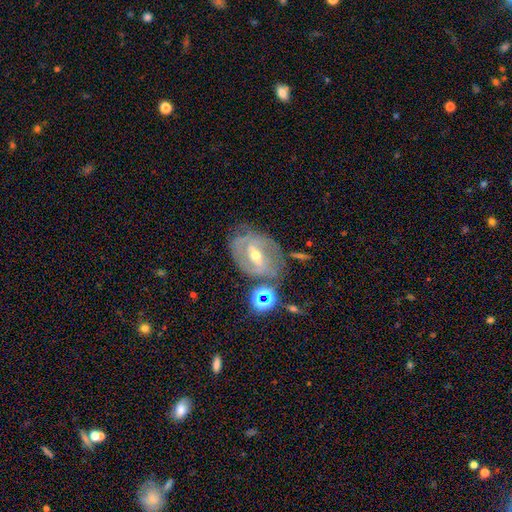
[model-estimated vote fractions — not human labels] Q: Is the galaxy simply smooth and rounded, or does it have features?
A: featured or disk — 77%.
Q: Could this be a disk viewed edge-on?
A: no — 94%.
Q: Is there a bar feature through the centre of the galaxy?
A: strong — 48%.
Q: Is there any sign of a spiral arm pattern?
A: yes — 78%.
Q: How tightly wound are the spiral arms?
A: tight — 48%.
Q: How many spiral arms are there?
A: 2 — 53%.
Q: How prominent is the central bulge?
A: moderate — 55%.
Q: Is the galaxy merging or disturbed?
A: none — 59%.